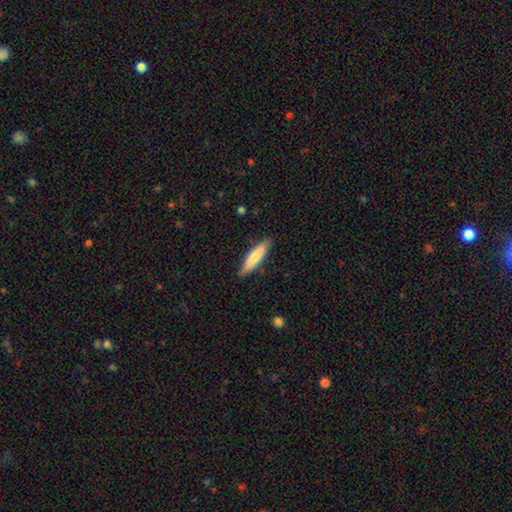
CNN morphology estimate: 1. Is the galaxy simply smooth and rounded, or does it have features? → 76% smooth, 19% featured or disk, 5% star or artifact.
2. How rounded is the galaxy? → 78% cigar-shaped, 21% in between, 1% round.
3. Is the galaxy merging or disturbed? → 87% none, 10% minor disturbance, 2% major disturbance, 1% merger.